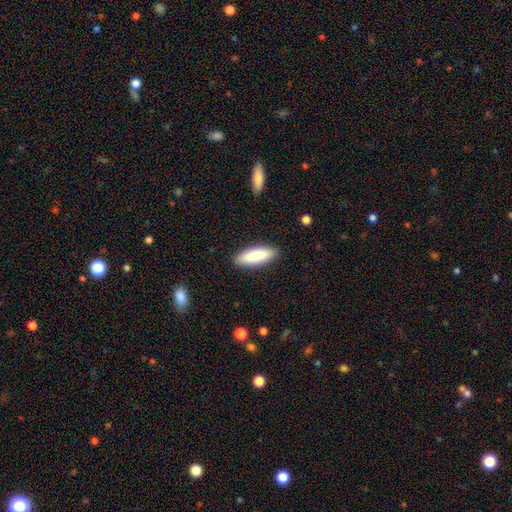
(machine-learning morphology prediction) type=smooth (84%); roundness=in between (62%); merging=none (90%).